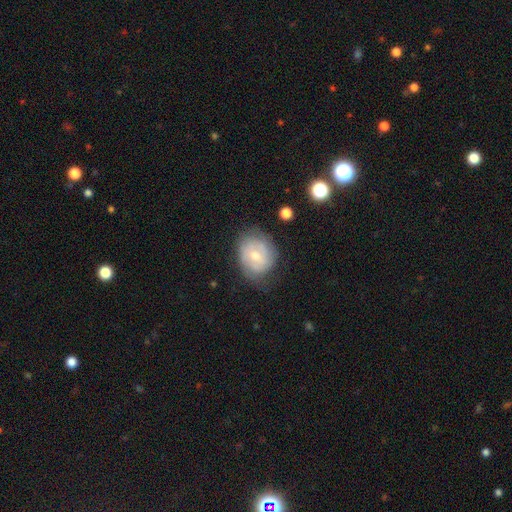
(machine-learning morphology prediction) The model was most divided on "smooth or featured": featured or disk: 51%, smooth: 42%, star or artifact: 7%. More confident: edge-on disk — no (96%); merging — none (63%).